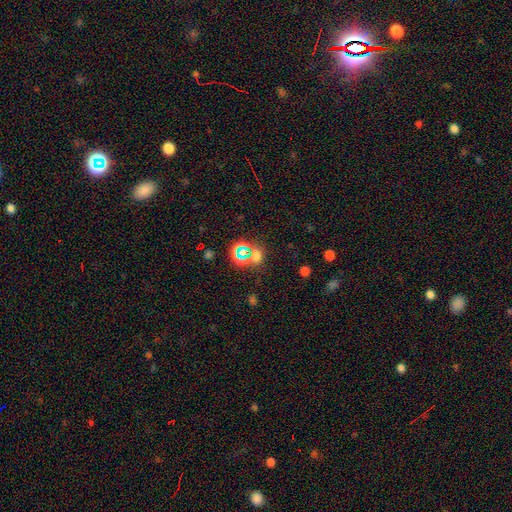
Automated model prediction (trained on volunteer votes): A star or artifact, not a galaxy (47%).

Vote fractions:
- Smooth or featured? star or artifact: 47% / smooth: 45% / featured or disk: 9%